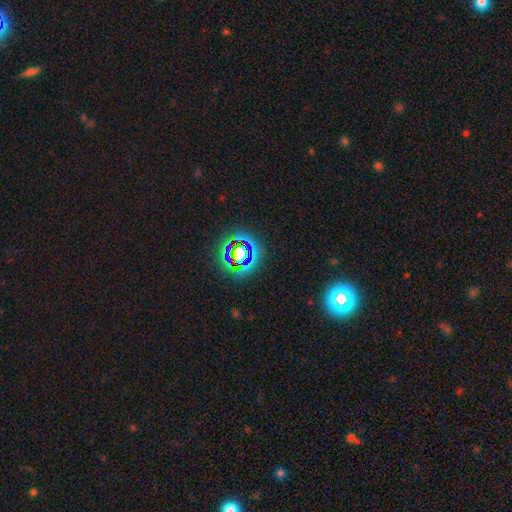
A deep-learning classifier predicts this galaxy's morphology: smooth-or-featured: star or artifact: 58% | smooth: 28% | featured or disk: 14%